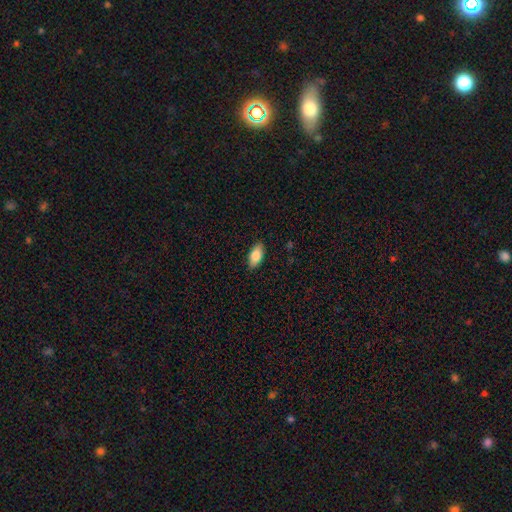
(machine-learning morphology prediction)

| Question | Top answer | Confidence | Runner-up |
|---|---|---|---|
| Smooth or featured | smooth | 84% | featured or disk (9%) |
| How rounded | in between | 91% | cigar-shaped (6%) |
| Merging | none | 87% | minor disturbance (10%) |